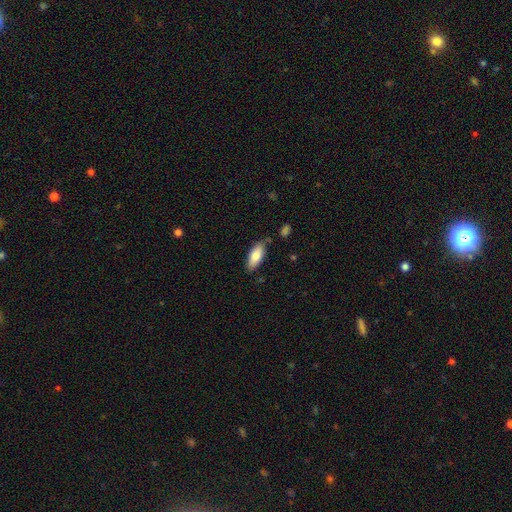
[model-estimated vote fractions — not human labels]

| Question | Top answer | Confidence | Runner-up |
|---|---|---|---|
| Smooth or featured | smooth | 80% | featured or disk (14%) |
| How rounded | in between | 83% | cigar-shaped (15%) |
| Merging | none | 80% | minor disturbance (14%) |